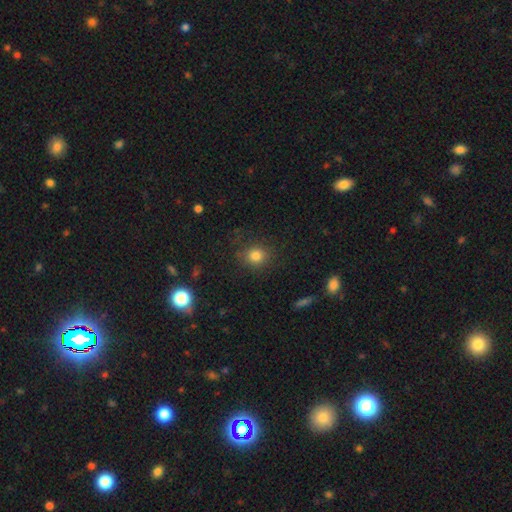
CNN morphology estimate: The model was most divided on "smooth or featured": smooth: 81%, star or artifact: 13%, featured or disk: 6%. More confident: how rounded — round (84%); merging — none (84%).